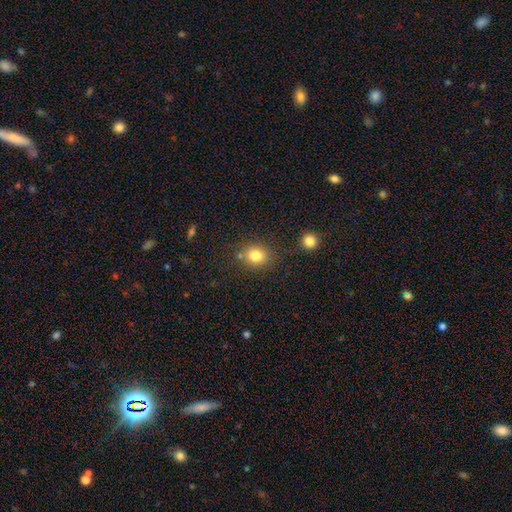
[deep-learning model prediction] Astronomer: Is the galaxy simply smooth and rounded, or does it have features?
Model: smooth — 82%.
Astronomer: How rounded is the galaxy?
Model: round — 69%.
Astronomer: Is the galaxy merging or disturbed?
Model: none — 75%.